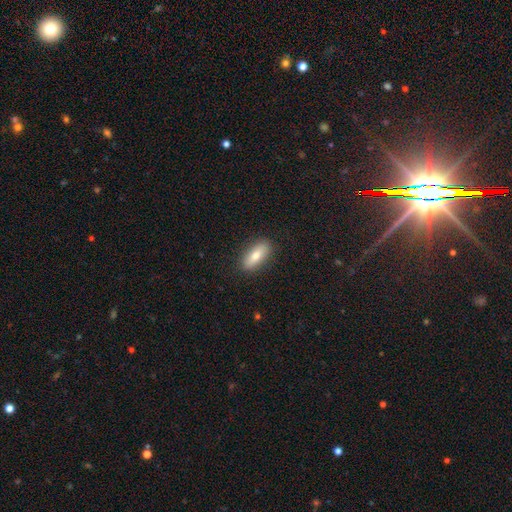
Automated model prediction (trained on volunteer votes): Smooth or featured?
  - smooth: 73% *
  - featured or disk: 20%
  - star or artifact: 7%
How rounded?
  - in between: 77% *
  - cigar-shaped: 20%
  - round: 3%
Merging?
  - none: 88% *
  - minor disturbance: 9%
  - major disturbance: 2%
  - merger: 1%